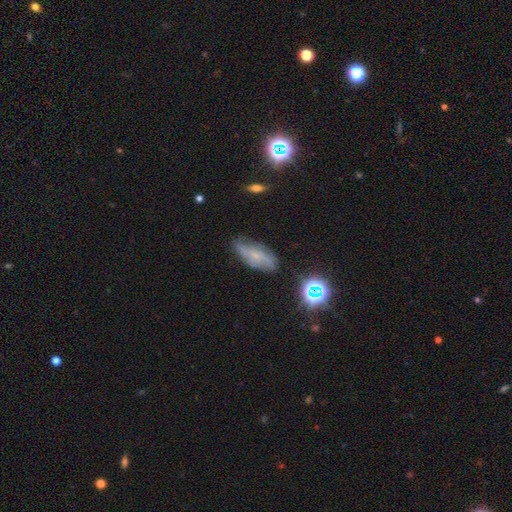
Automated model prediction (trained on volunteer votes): Q: Smooth or featured?
A: featured or disk (47%); runner-up: smooth (39%)
Q: Merging?
A: none (64%); runner-up: minor disturbance (26%)